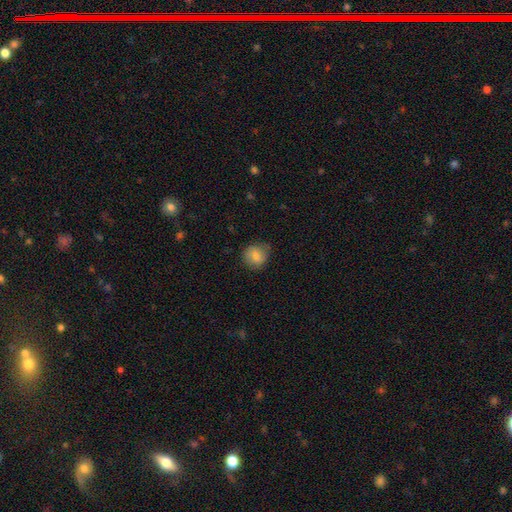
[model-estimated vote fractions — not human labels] Smooth or featured? Predicted: smooth (p=0.78). How rounded? Predicted: round (p=0.77). Merging? Predicted: none (p=0.74).